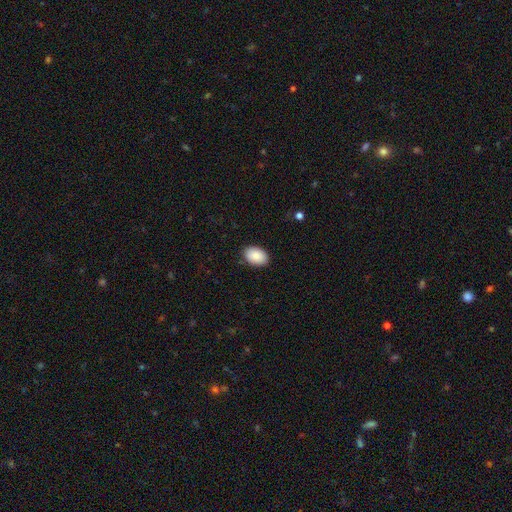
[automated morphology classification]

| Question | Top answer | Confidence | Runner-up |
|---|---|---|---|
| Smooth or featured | smooth | 89% | star or artifact (6%) |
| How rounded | in between | 88% | round (11%) |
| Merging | none | 88% | minor disturbance (9%) |